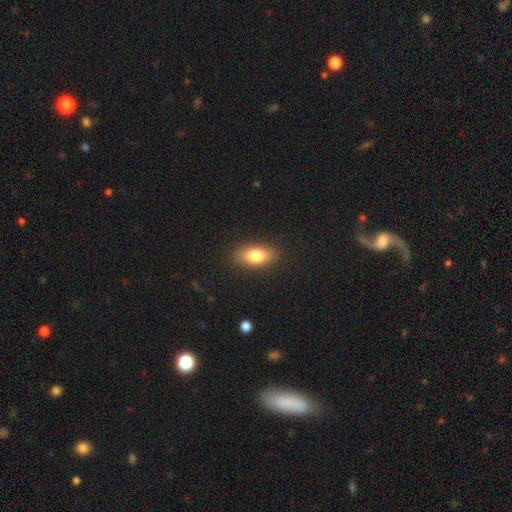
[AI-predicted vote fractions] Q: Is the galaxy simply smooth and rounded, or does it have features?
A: smooth — 80%.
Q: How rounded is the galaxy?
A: in between — 86%.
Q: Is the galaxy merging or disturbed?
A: none — 87%.